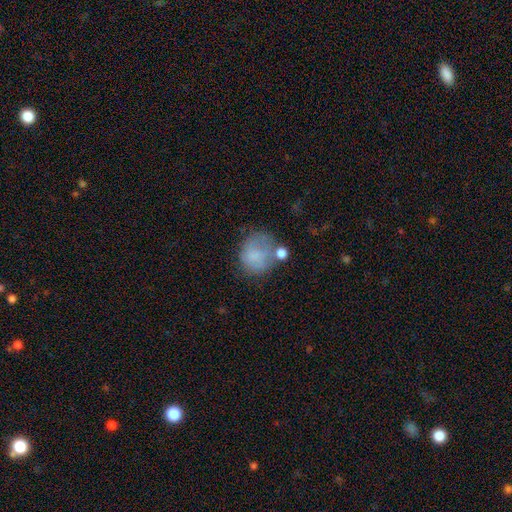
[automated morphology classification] A smooth galaxy with no disk features (71%) that is round (72%). Merging: none (42%).